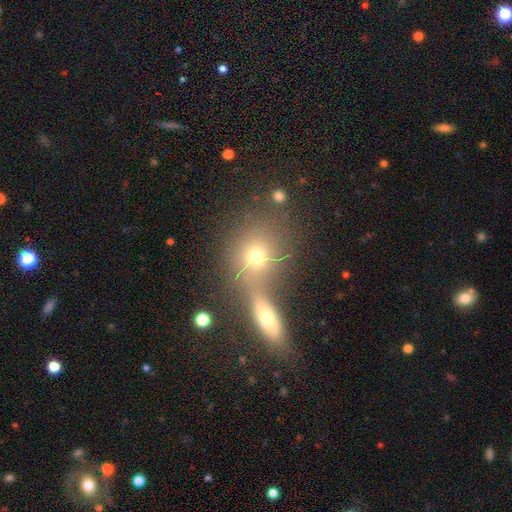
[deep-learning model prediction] Smooth or featured: smooth — 69% (star or artifact — 16%)
How rounded: round — 67% (in between — 30%)
Merging: merger — 47% (none — 40%)